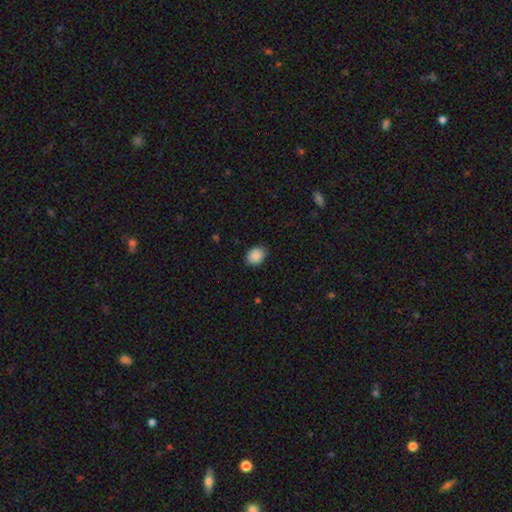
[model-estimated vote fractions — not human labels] The model was most divided on "how rounded": in between: 62%, round: 37%, cigar-shaped: 1%. More confident: smooth or featured — smooth (89%); merging — none (85%).